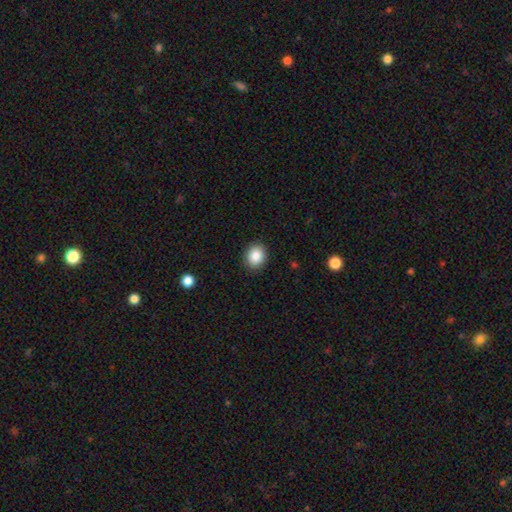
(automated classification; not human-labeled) Smooth or featured: smooth — 87% (star or artifact — 9%)
How rounded: round — 61% (in between — 38%)
Merging: none — 90% (minor disturbance — 7%)